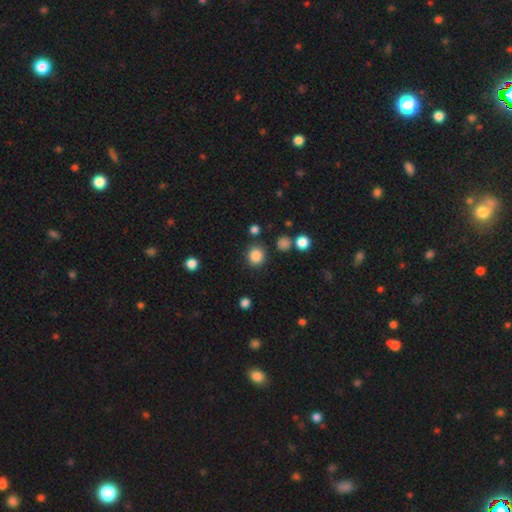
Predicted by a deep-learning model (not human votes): A smooth galaxy with no disk features (85%) that is round (87%). Merging: none (85%).